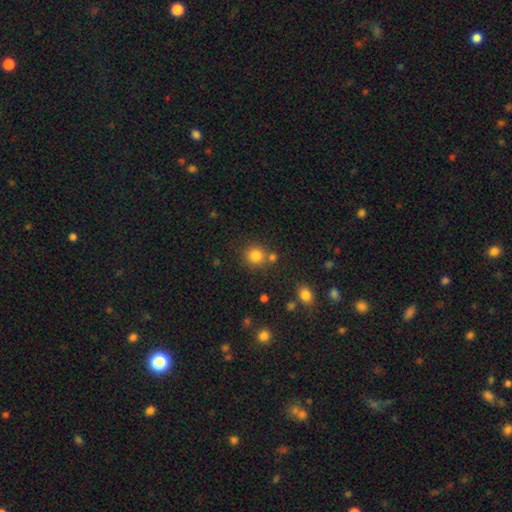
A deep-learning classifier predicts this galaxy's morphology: A smooth galaxy with no disk features (82%) that is round (89%).

Vote fractions:
- Smooth or featured? smooth: 82% / star or artifact: 12% / featured or disk: 6%
- How rounded? round: 89% / in between: 10% / cigar-shaped: 1%
- Merging? none: 71% / merger: 16% / minor disturbance: 10% / major disturbance: 4%